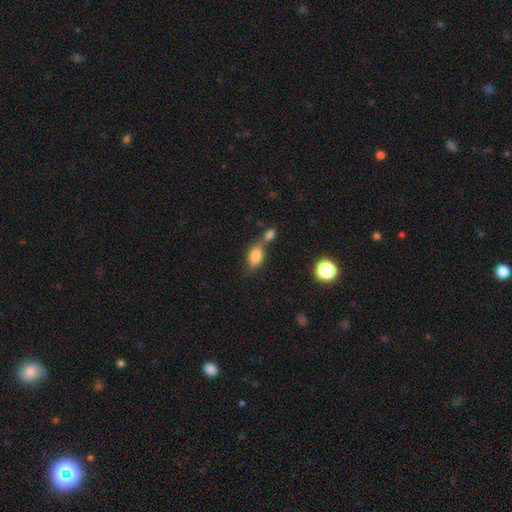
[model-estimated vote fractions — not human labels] This appears to be a smooth galaxy with no disk features (76%) that is in between round and cigar-shaped (82%). Merging: merger (52%).